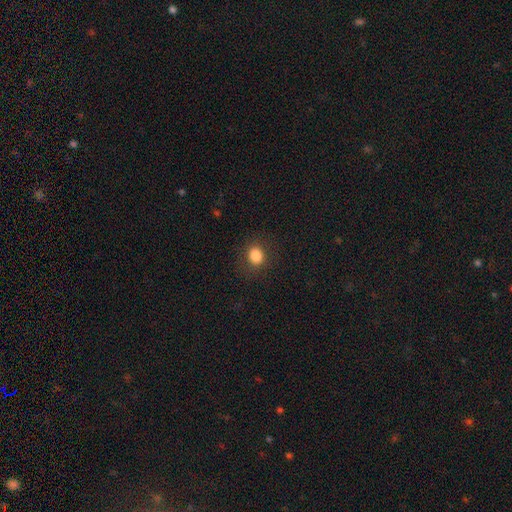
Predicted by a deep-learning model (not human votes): smooth 84%, star or artifact 11%, featured or disk 5%. Down the decision tree: how rounded — round (63%); merging — none (86%).